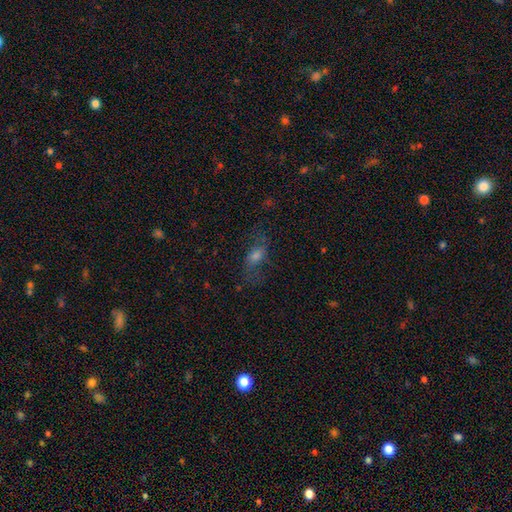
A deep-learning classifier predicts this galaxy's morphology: A smooth galaxy with no disk features (48%). Merging: none (66%).